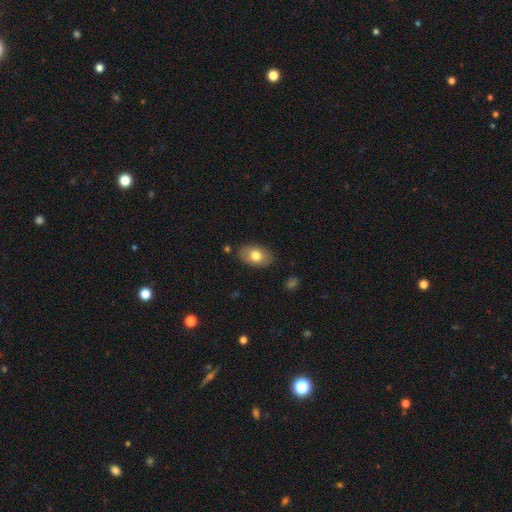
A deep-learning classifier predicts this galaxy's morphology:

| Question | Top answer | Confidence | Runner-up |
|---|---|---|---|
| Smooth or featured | smooth | 74% | featured or disk (20%) |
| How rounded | in between | 90% | round (9%) |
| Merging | none | 84% | minor disturbance (11%) |